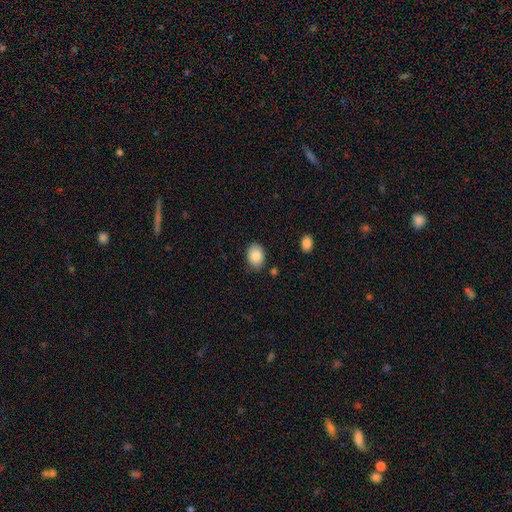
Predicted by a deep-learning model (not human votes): smooth_or_featured: smooth (p=0.87) [alt: star or artifact p=0.07]
how_rounded: in between (p=0.73) [alt: round p=0.26]
merging: none (p=0.82) [alt: minor disturbance p=0.13]